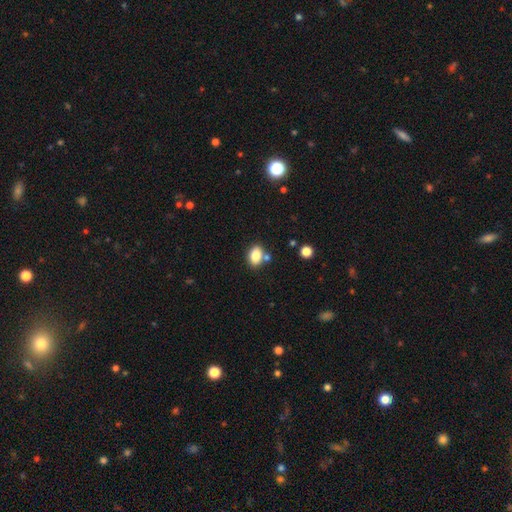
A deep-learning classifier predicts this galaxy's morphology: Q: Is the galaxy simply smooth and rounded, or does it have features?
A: smooth — 84%.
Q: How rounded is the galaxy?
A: in between — 82%.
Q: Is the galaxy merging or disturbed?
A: none — 69%.